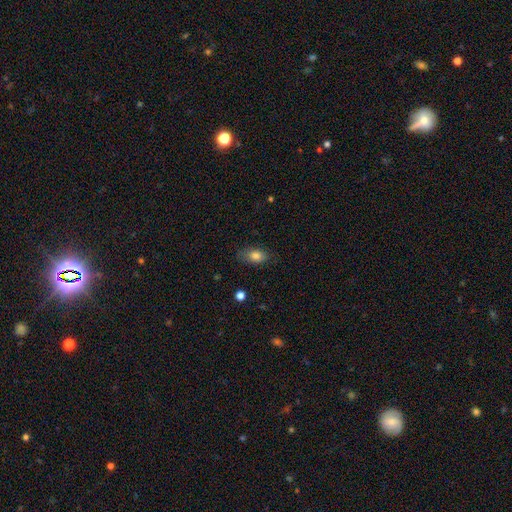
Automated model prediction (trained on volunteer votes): Smooth or featured? smooth (81%)
How rounded? in between (87%)
Merging? none (77%)